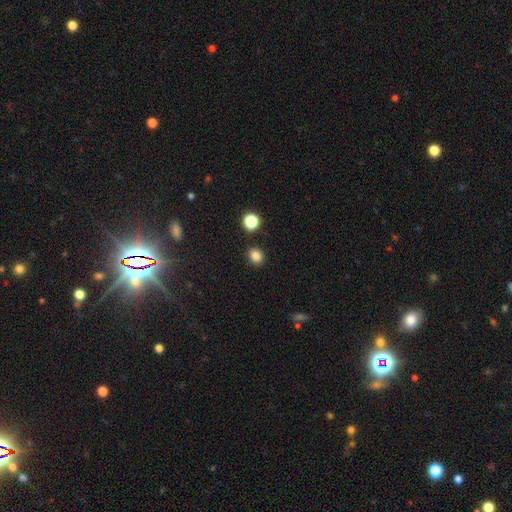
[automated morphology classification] The model was most divided on "how rounded": round: 65%, in between: 34%, cigar-shaped: 1%. More confident: merging — none (88%); smooth or featured — smooth (83%).